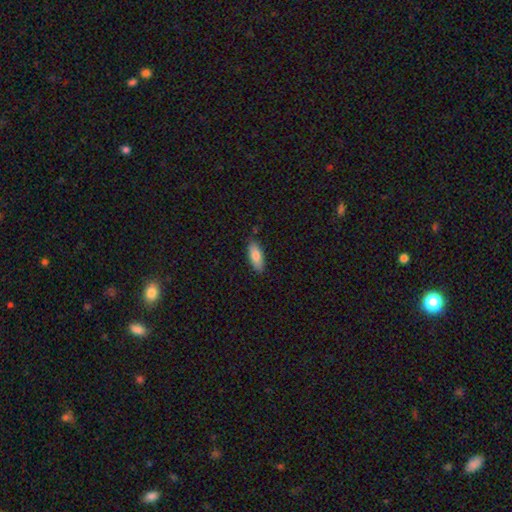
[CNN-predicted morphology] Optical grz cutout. It shows a smooth galaxy with no disk features (81%) that is in between round and cigar-shaped (71%). Merging: none (86%).